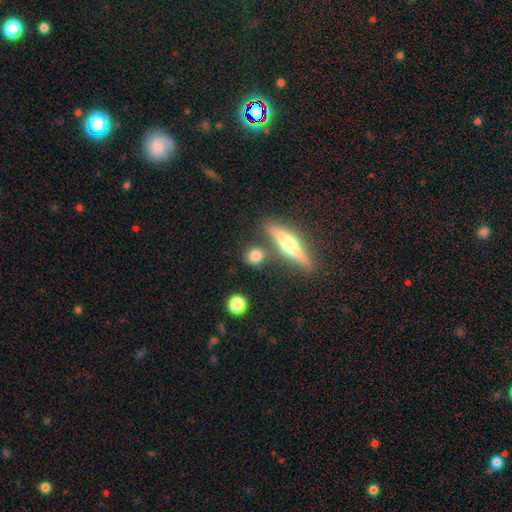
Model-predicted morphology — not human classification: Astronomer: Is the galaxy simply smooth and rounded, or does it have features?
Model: smooth — 75%.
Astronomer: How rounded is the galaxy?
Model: round — 65%.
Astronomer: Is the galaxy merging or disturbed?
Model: none — 75%.